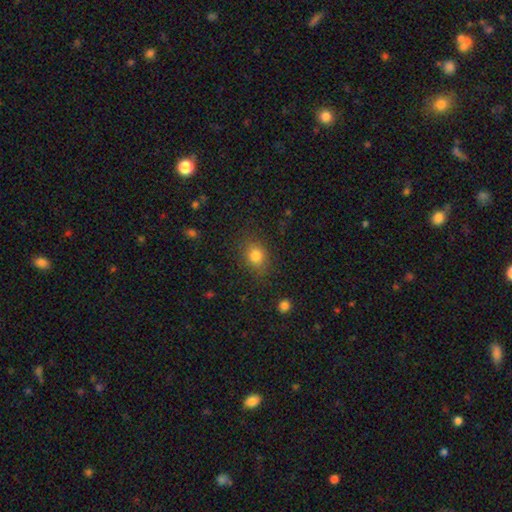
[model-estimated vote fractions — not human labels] The model was most divided on "how rounded": round: 59%, in between: 39%, cigar-shaped: 1%. More confident: merging — none (81%); smooth or featured — smooth (81%).